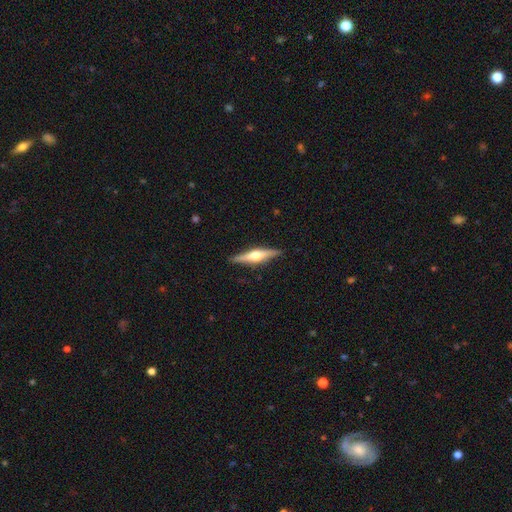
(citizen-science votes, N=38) Volunteers were most divided on "smooth or featured": featured or disk: 66%, smooth: 34%, star or artifact: 0%. More confident: edge-on disk — yes (100%); edge-on bulge — rounded (100%); merging — none (92%).